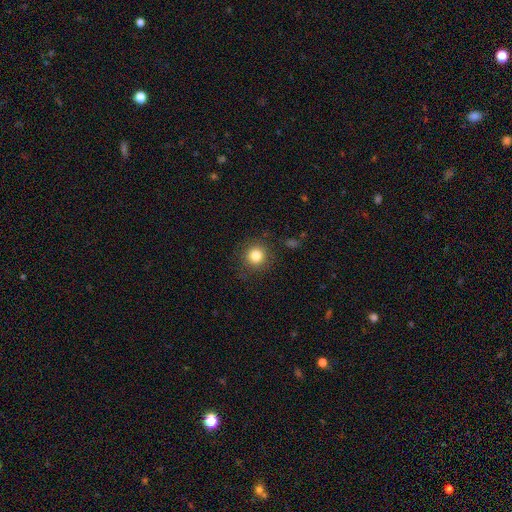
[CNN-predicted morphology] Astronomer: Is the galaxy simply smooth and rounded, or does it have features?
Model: smooth — 83%.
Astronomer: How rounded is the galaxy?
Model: round — 93%.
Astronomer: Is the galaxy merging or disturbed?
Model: none — 88%.